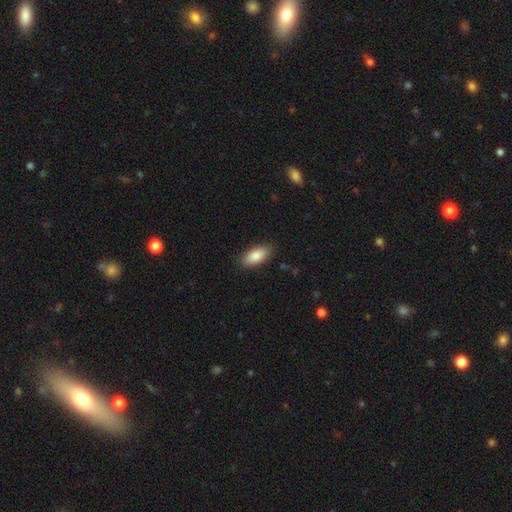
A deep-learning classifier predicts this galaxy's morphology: smooth-or-featured: smooth: 87% | featured or disk: 7% | star or artifact: 6%
  how-rounded: in between: 89% | cigar-shaped: 8% | round: 2%
  merging: none: 87% | minor disturbance: 10% | major disturbance: 2% | merger: 1%